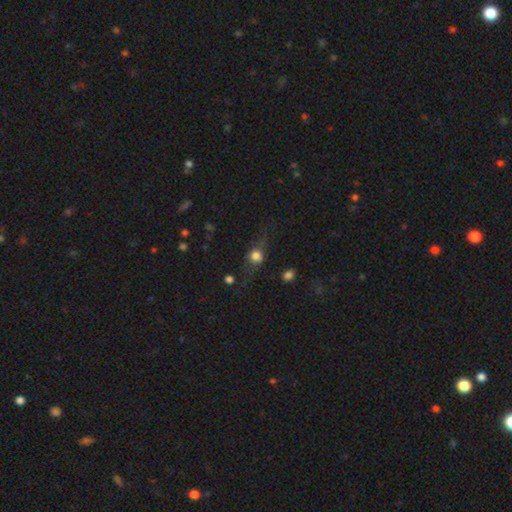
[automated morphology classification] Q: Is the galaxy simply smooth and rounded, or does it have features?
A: smooth — 56%.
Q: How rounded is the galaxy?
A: round — 65%.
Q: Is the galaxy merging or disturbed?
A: none — 59%.